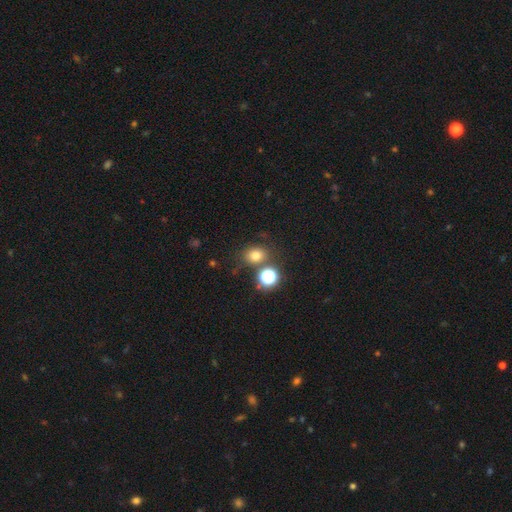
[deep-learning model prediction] Smooth or featured? smooth (74%)
How rounded? round (63%)
Merging? none (73%)